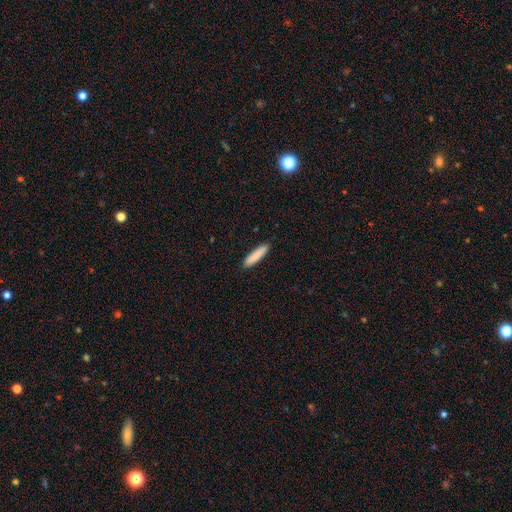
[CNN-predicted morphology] This appears to be a smooth galaxy with no disk features (87%) that is cigar-shaped (82%). Merging: none (90%).